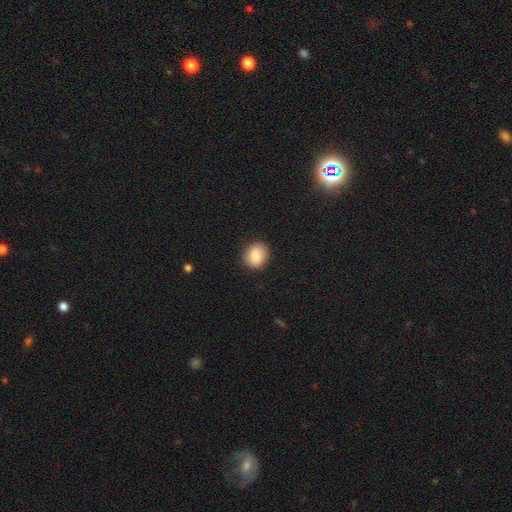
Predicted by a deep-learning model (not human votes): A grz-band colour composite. It shows a smooth galaxy with no disk features (86%) that is round (71%). Merging: none (88%).